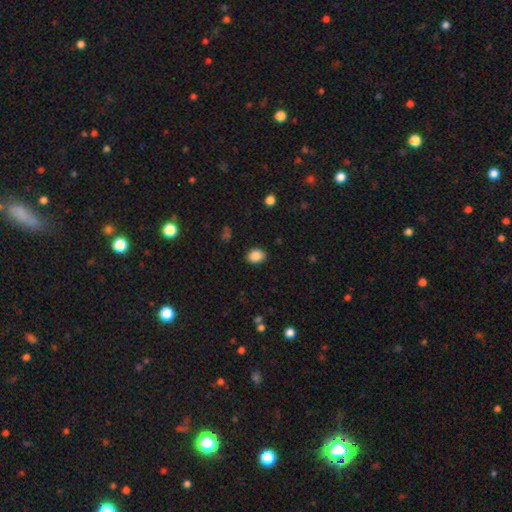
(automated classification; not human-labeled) This is clearly a smooth galaxy (87%). How rounded: likely in between (62%). Merging: clearly none (87%).